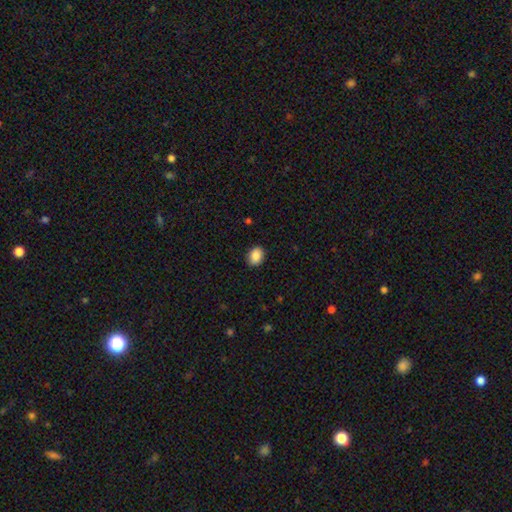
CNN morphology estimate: type=smooth (89%); roundness=in between (67%); merging=none (88%).